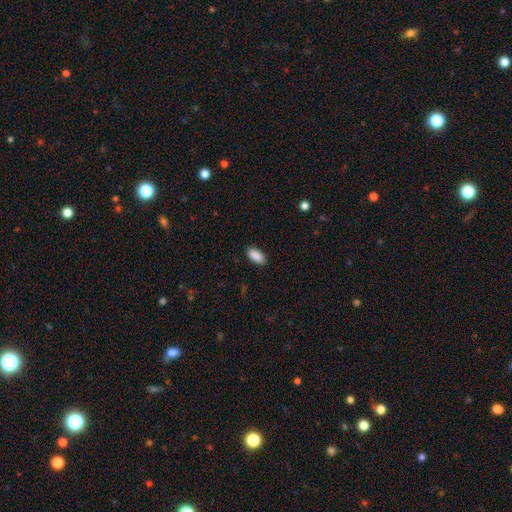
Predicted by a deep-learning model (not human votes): Overall: smooth (90%). How rounded: in between (92%). Merging: none (88%).